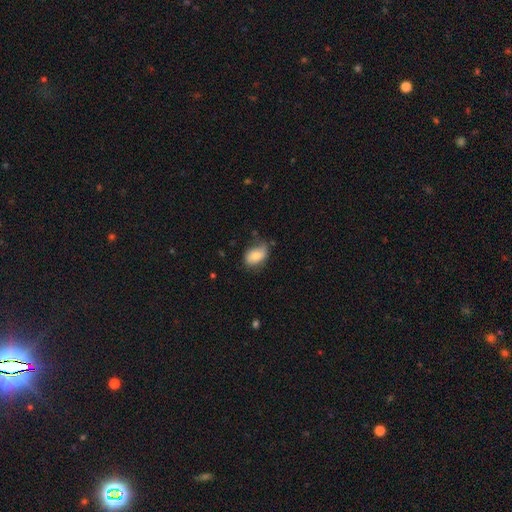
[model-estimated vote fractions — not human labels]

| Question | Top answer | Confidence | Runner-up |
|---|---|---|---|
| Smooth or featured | smooth | 76% | featured or disk (16%) |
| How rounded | in between | 86% | round (13%) |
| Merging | none | 58% | minor disturbance (31%) |